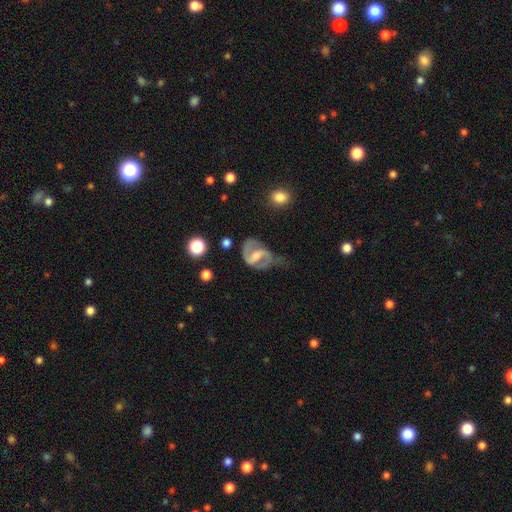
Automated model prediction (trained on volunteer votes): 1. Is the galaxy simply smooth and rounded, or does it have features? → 85% featured or disk, 10% smooth, 6% star or artifact.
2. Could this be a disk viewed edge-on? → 97% no, 3% yes.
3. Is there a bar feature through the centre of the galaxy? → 45% weak, 40% strong, 15% no.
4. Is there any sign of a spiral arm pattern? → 94% yes, 6% no.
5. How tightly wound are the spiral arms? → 53% medium, 26% loose, 21% tight.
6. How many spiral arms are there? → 86% 2, 5% 1, 5% can't tell, 1% 3, 1% 4, 1% more than 4.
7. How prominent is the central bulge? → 45% moderate, 42% small, 8% none, 4% large, 1% dominant.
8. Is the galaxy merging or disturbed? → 49% none, 26% minor disturbance, 22% major disturbance, 3% merger.